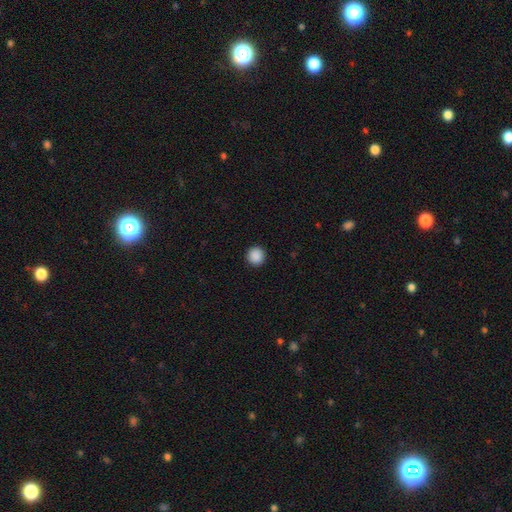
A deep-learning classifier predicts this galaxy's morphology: Smooth or featured? smooth (89%)
How rounded? round (94%)
Merging? none (93%)